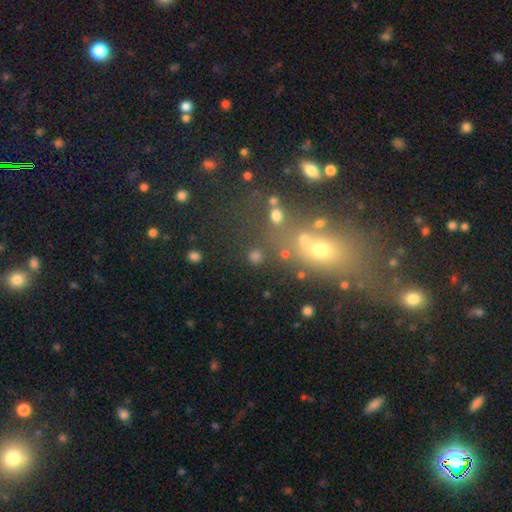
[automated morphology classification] A smooth galaxy with no disk features (61%) that is round (71%). Merging: none (67%).